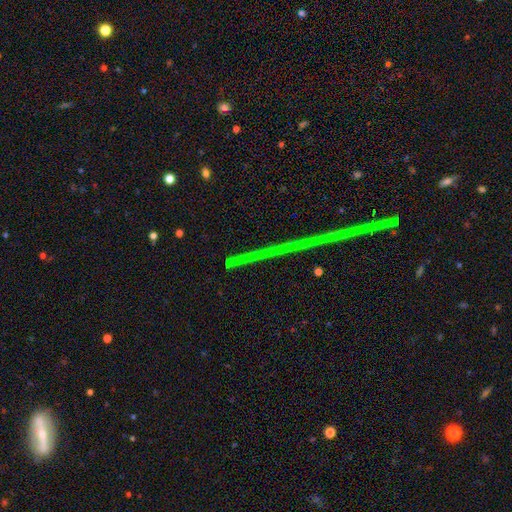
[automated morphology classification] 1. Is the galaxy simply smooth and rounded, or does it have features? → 83% star or artifact, 10% featured or disk, 7% smooth.